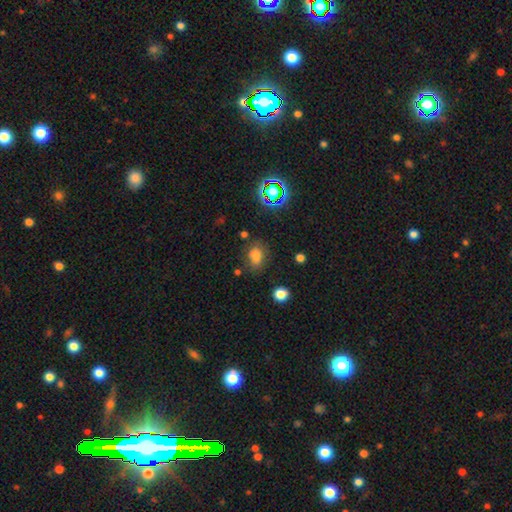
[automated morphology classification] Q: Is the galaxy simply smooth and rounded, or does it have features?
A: smooth — 75%.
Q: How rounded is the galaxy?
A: in between — 71%.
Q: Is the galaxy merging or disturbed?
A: none — 73%.